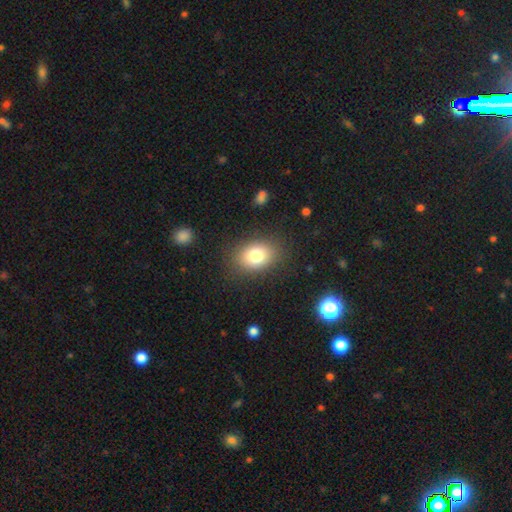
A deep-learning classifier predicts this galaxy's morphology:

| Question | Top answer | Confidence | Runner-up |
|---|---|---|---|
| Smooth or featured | smooth | 80% | star or artifact (10%) |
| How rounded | in between | 70% | round (29%) |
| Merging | none | 84% | minor disturbance (11%) |